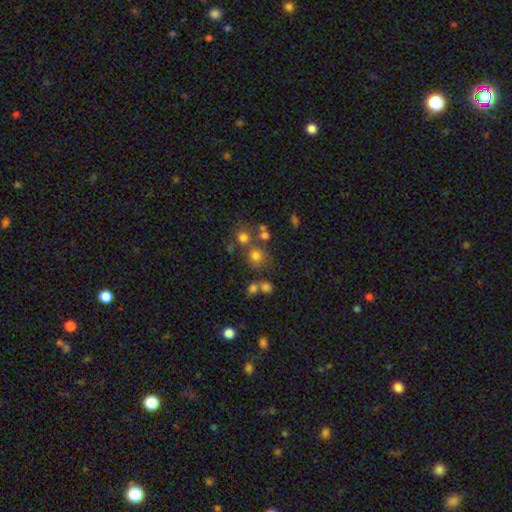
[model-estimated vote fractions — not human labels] Overall: smooth (66%). How rounded: round (87%). Merging: none (63%; merger 24%).